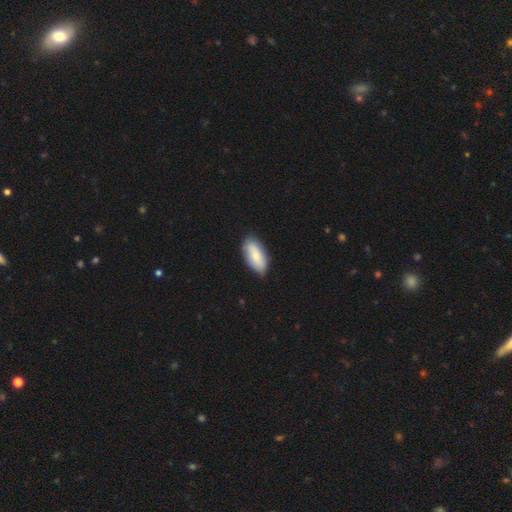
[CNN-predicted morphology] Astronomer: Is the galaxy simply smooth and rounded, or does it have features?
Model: smooth — 73%.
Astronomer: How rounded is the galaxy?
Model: in between — 90%.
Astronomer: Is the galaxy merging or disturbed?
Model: none — 81%.